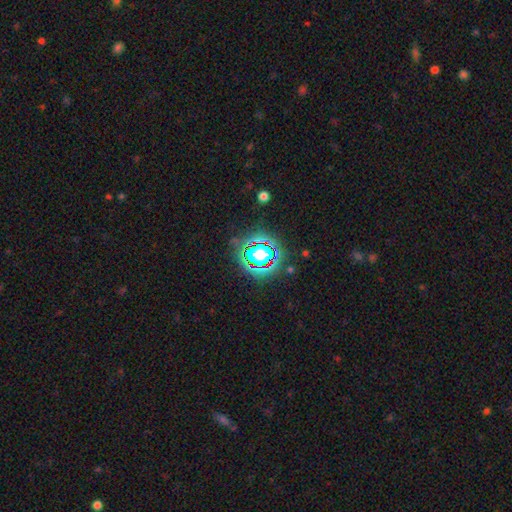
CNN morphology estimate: A star or artifact, not a galaxy (80%).